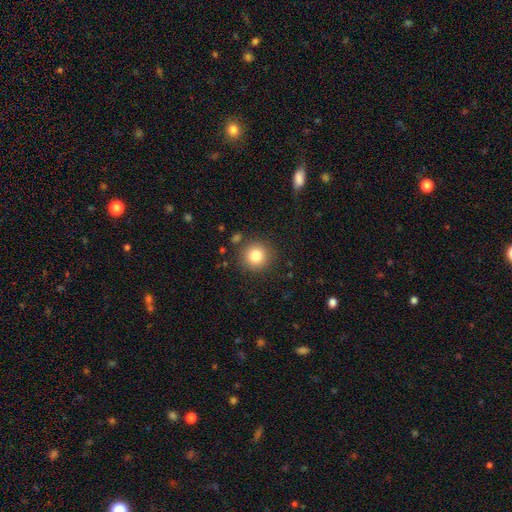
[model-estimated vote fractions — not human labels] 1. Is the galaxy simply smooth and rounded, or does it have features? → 82% smooth, 11% star or artifact, 7% featured or disk.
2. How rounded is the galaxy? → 94% round, 5% in between, 1% cigar-shaped.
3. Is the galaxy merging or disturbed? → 87% none, 7% minor disturbance, 3% merger, 3% major disturbance.